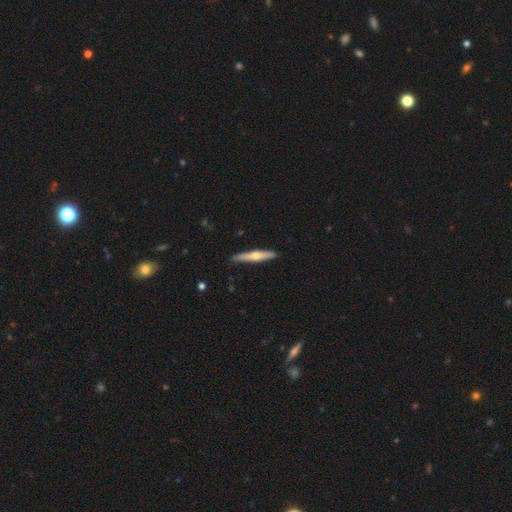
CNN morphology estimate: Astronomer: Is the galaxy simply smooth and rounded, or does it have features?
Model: featured or disk — 51% (runner-up: smooth, 44%).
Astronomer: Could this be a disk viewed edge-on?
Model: yes — 94%.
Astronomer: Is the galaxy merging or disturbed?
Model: none — 88%.